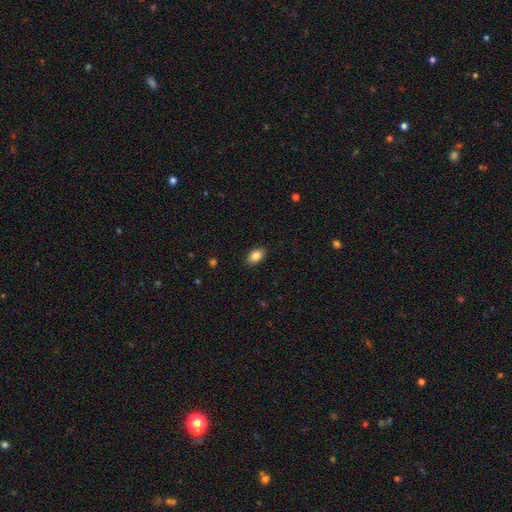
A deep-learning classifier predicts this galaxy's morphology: Smooth or featured? Predicted: smooth (p=0.86). How rounded? Predicted: in between (p=0.89). Merging? Predicted: none (p=0.88).